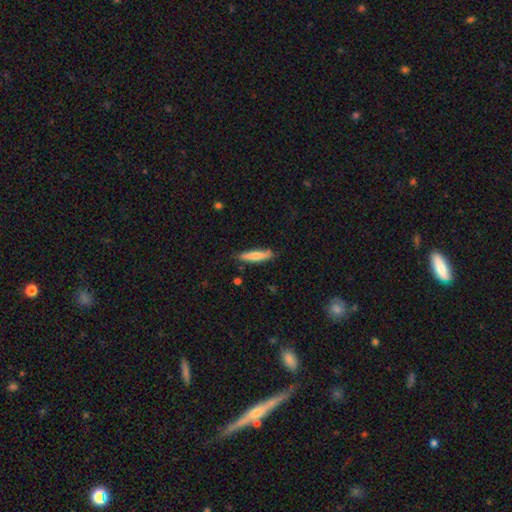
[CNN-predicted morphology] Smooth or featured?
  - smooth: 75% *
  - featured or disk: 19%
  - star or artifact: 6%
How rounded?
  - cigar-shaped: 85% *
  - in between: 14%
  - round: 1%
Merging?
  - none: 81% *
  - minor disturbance: 14%
  - major disturbance: 2%
  - merger: 2%